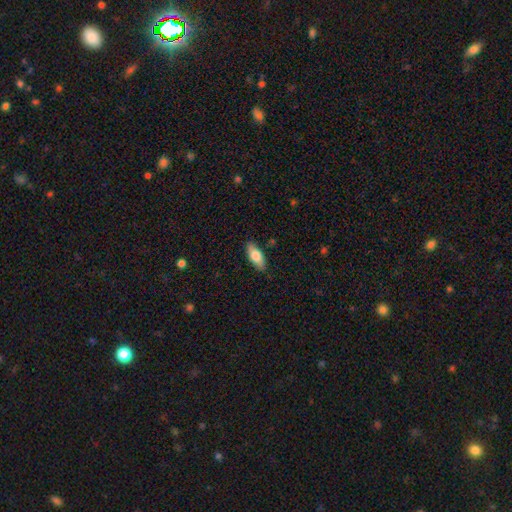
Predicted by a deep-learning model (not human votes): This is likely a smooth galaxy (76%). How rounded: clearly in between (81%). Merging: clearly none (87%).